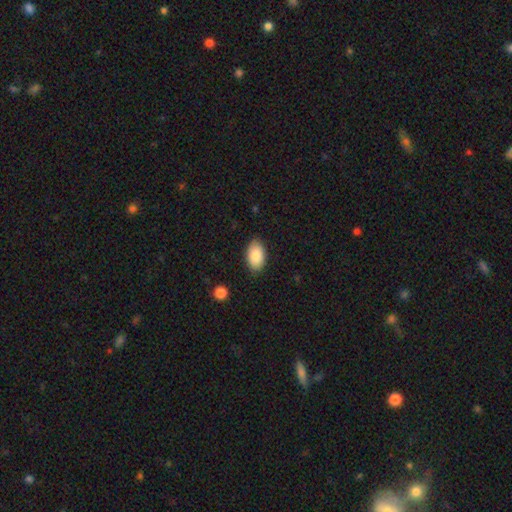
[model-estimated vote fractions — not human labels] A smooth galaxy with no disk features (88%) that is in between round and cigar-shaped (94%).

Vote fractions:
- Smooth or featured? smooth: 88% / star or artifact: 6% / featured or disk: 5%
- How rounded? in between: 94% / round: 5% / cigar-shaped: 1%
- Merging? none: 86% / minor disturbance: 11% / major disturbance: 2% / merger: 1%